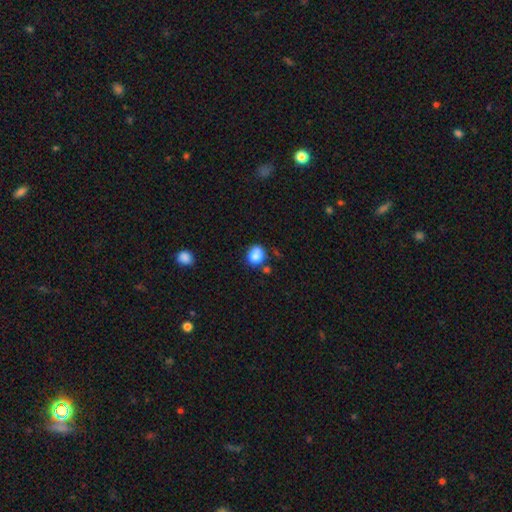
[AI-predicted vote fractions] smooth 84%, star or artifact 10%, featured or disk 6%. Down the decision tree: how rounded — round (57%); merging — none (56%).